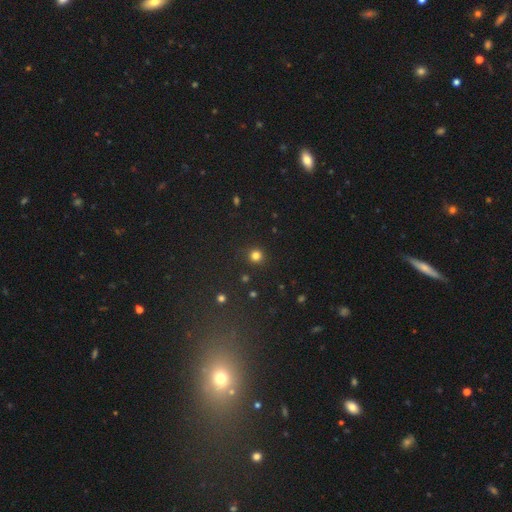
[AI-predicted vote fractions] The model was most divided on "smooth or featured": smooth: 81%, star or artifact: 15%, featured or disk: 4%. More confident: how rounded — round (94%); merging — none (91%).